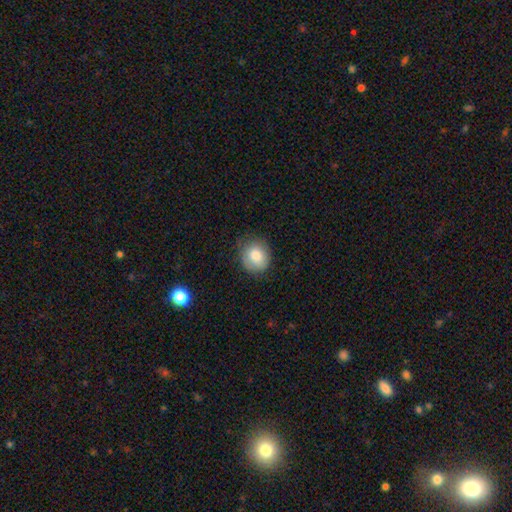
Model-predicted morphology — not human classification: Smooth or featured? smooth (82%)
How rounded? round (79%)
Merging? none (77%)